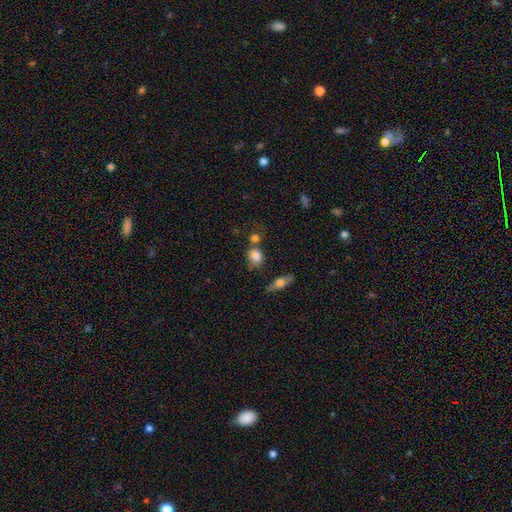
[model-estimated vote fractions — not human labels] Smooth or featured?
  - smooth: 81% *
  - star or artifact: 10%
  - featured or disk: 9%
How rounded?
  - in between: 52% *
  - round: 45%
  - cigar-shaped: 3%
Merging?
  - none: 56% *
  - merger: 20%
  - minor disturbance: 17%
  - major disturbance: 6%